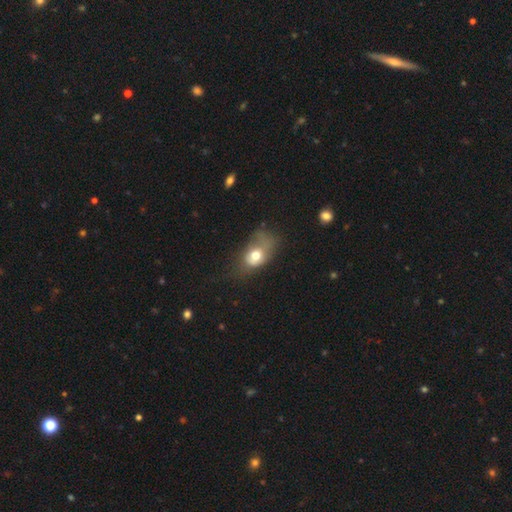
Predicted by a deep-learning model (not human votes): Smooth or featured? smooth (67%)
How rounded? in between (73%)
Merging? major disturbance (43%)